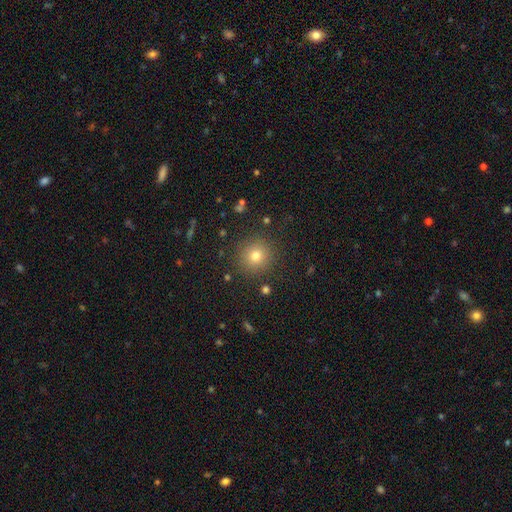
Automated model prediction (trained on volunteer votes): smooth_or_featured: smooth (p=0.76) [alt: star or artifact p=0.16]
how_rounded: round (p=0.94) [alt: in between p=0.05]
merging: none (p=0.89) [alt: minor disturbance p=0.07]